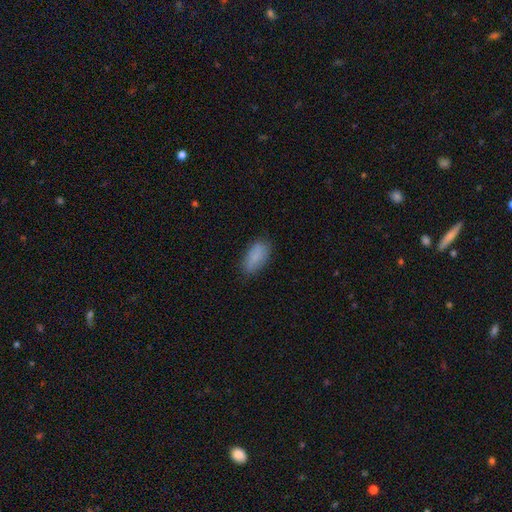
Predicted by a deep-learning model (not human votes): Q: Smooth or featured?
A: smooth (86%); runner-up: featured or disk (8%)
Q: How rounded?
A: in between (90%); runner-up: cigar-shaped (8%)
Q: Merging?
A: none (80%); runner-up: minor disturbance (16%)